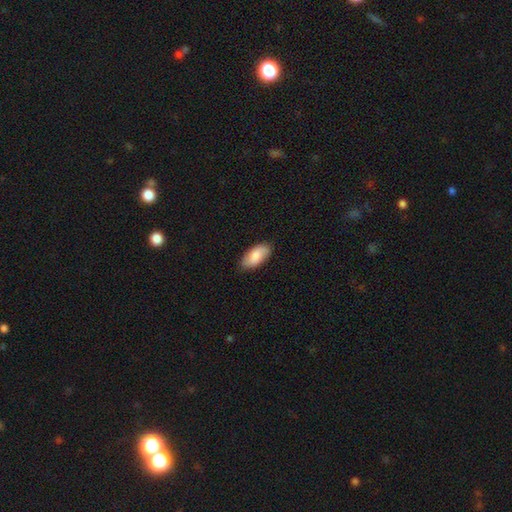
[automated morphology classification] This is clearly a smooth galaxy (82%). How rounded: clearly in between (92%). Merging: clearly none (85%).